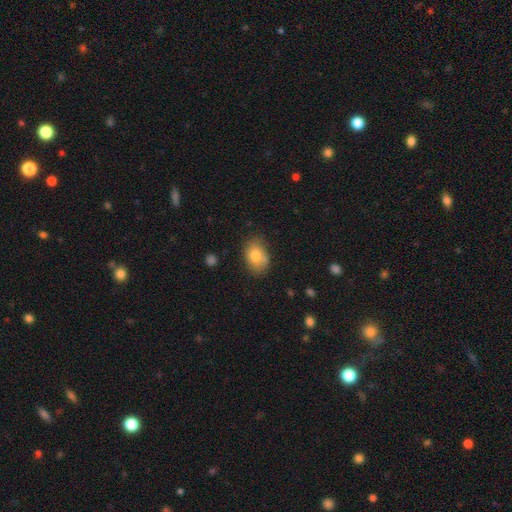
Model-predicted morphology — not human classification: This appears to be a smooth galaxy with no disk features (79%) that is in between round and cigar-shaped (78%). Merging: none (67%).